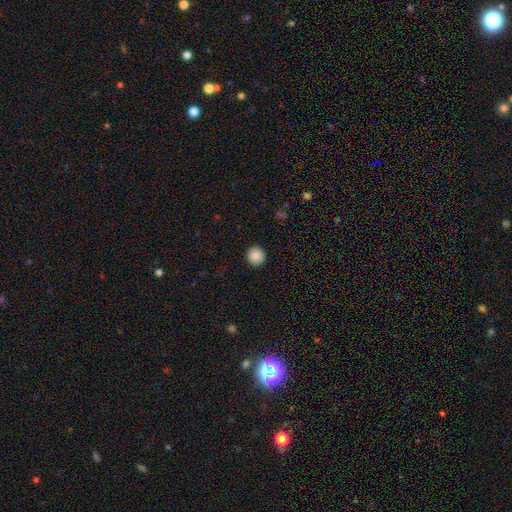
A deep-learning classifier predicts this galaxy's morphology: This appears to be a smooth galaxy with no disk features (89%) that is round (94%). Merging: none (93%).